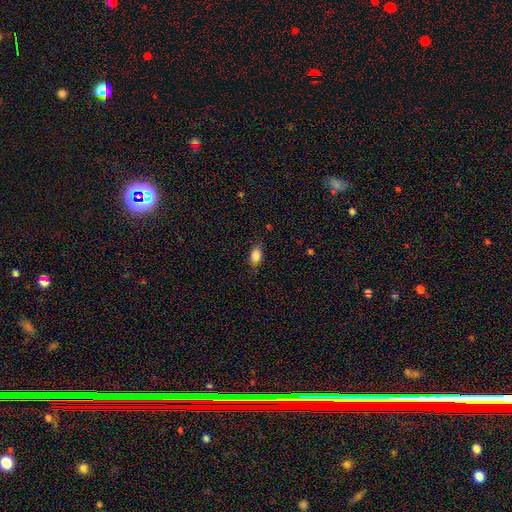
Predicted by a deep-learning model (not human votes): Smooth or featured? smooth (87%)
How rounded? in between (87%)
Merging? none (79%)